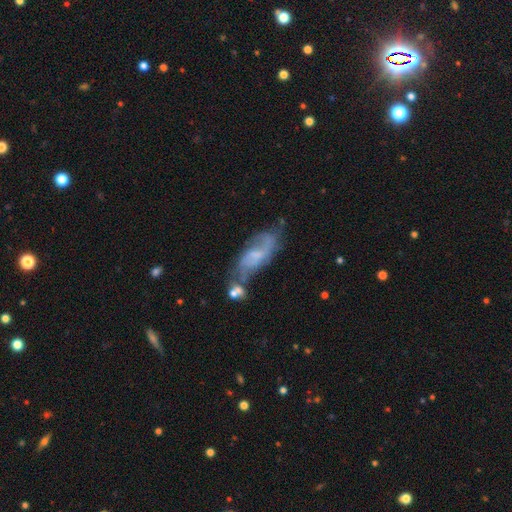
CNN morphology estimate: A featured or disk galaxy (71%) with a weak bar (49%), 2 (76%) loose (44%) spiral arms (89%) and a small central bulge (51%). Merging: none (45%).